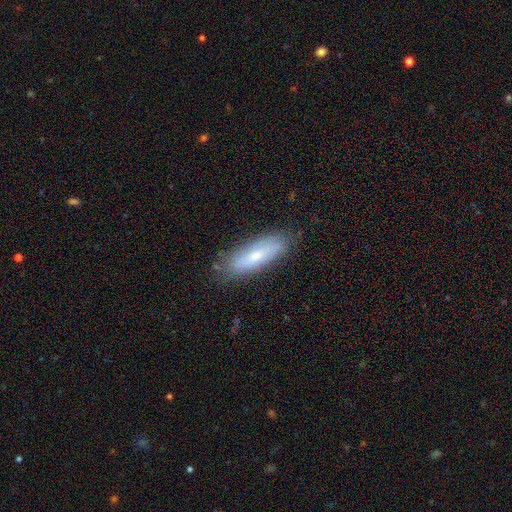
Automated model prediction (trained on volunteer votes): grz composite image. It shows a smooth galaxy with no disk features (63%) that is cigar-shaped (50%). Merging: none (82%).